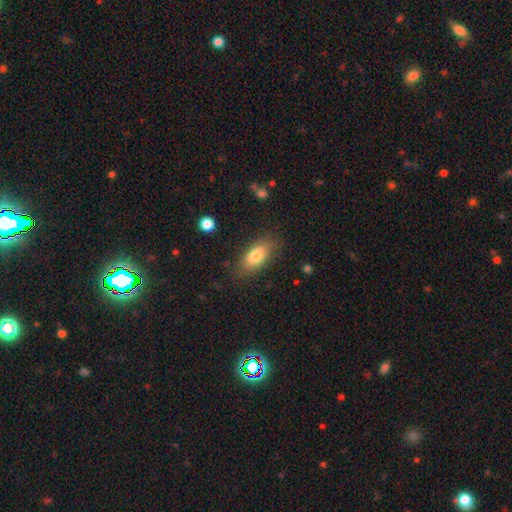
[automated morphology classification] A smooth galaxy with no disk features (78%) that is in between round and cigar-shaped (85%).

Vote fractions:
- Smooth or featured? smooth: 78% / featured or disk: 15% / star or artifact: 7%
- How rounded? in between: 85% / cigar-shaped: 11% / round: 4%
- Merging? none: 80% / minor disturbance: 14% / major disturbance: 4% / merger: 2%